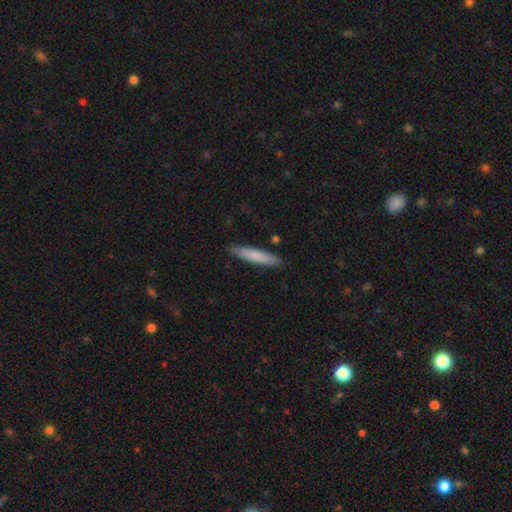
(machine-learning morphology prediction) smooth_or_featured: smooth (p=0.77) [alt: featured or disk p=0.18]
how_rounded: cigar-shaped (p=0.88) [alt: in between p=0.10]
merging: none (p=0.88) [alt: minor disturbance p=0.09]